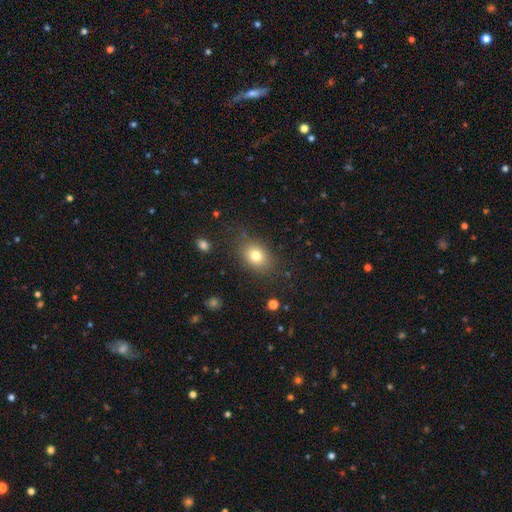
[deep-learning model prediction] Overall: smooth (78%). How rounded: in between (63%; round 35%). Merging: none (80%).